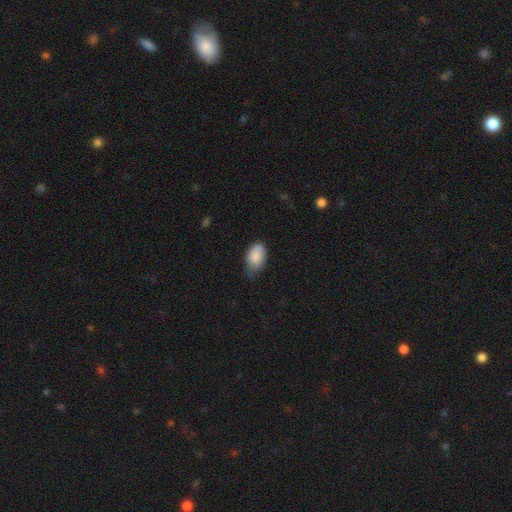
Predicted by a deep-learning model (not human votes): This is clearly a smooth galaxy (87%). How rounded: clearly in between (92%). Merging: possibly none (53%).